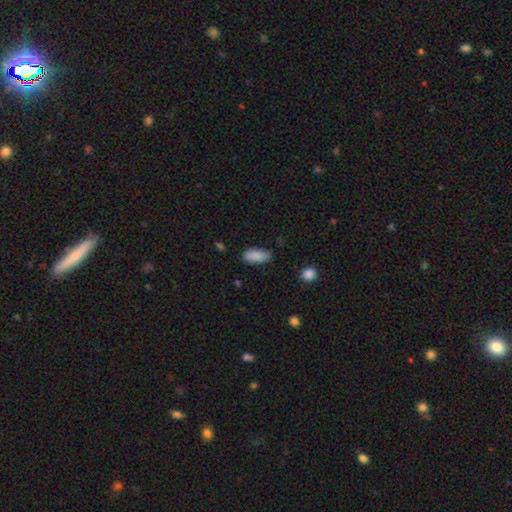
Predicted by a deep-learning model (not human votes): A smooth galaxy with no disk features (88%) that is in between round and cigar-shaped (88%). Merging: none (83%).